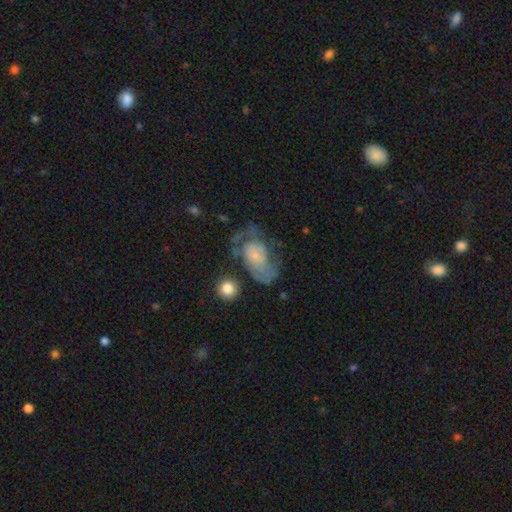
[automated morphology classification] Smooth or featured? featured or disk (63%)
Edge-on disk? no (96%)
Bar? no (78%)
Spiral arms? yes (73%)
Bulge size? small (56%)
Merging? major disturbance (36%)